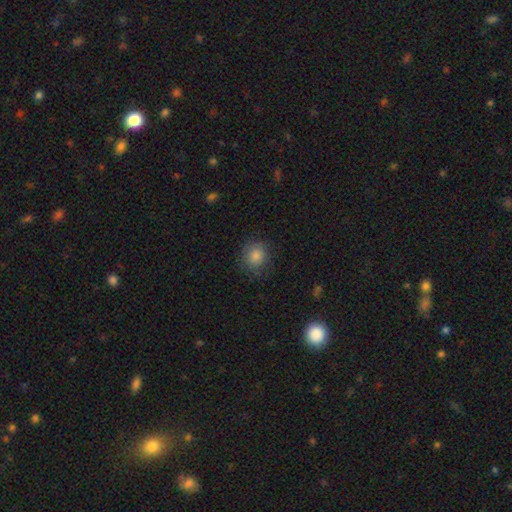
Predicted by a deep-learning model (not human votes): smooth_or_featured: smooth (p=0.84) [alt: star or artifact p=0.10]
how_rounded: round (p=0.85) [alt: in between p=0.14]
merging: none (p=0.83) [alt: minor disturbance p=0.12]